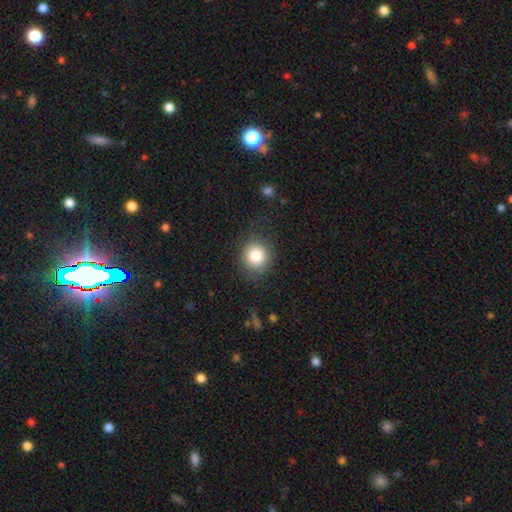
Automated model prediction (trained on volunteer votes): Morphology: type=smooth (83%); roundness=round (84%); merging=none (82%).